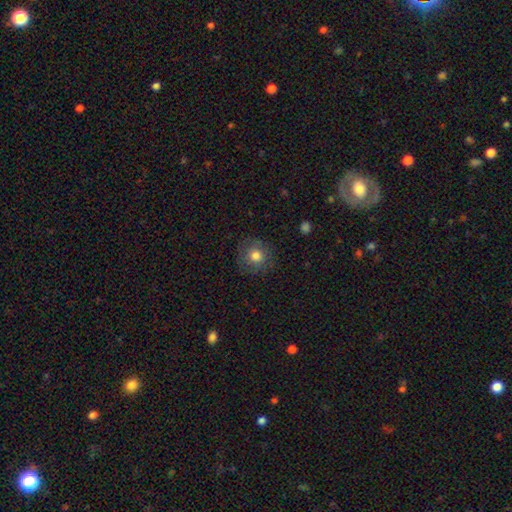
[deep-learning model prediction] smooth-or-featured: smooth: 75% | featured or disk: 15% | star or artifact: 10%
  how-rounded: round: 93% | in between: 6% | cigar-shaped: 1%
  merging: none: 84% | minor disturbance: 11% | major disturbance: 4% | merger: 1%